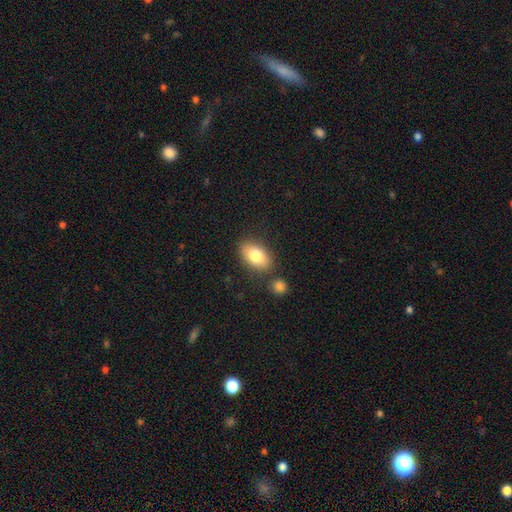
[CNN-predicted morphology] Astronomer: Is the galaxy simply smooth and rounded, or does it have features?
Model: smooth — 81%.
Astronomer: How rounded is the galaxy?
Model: in between — 90%.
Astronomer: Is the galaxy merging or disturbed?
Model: none — 78%.